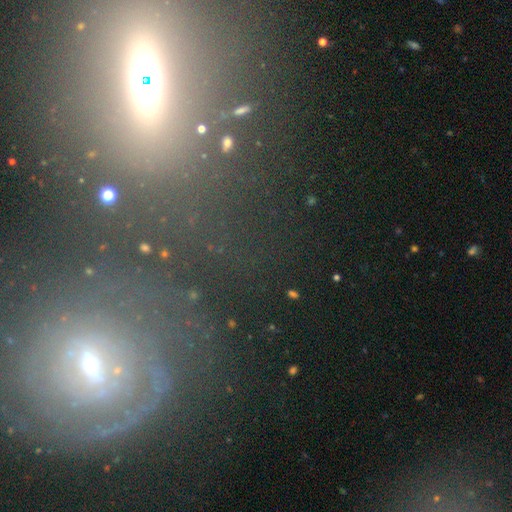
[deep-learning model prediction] A featured or disk galaxy (45%). Merging: none (65%).